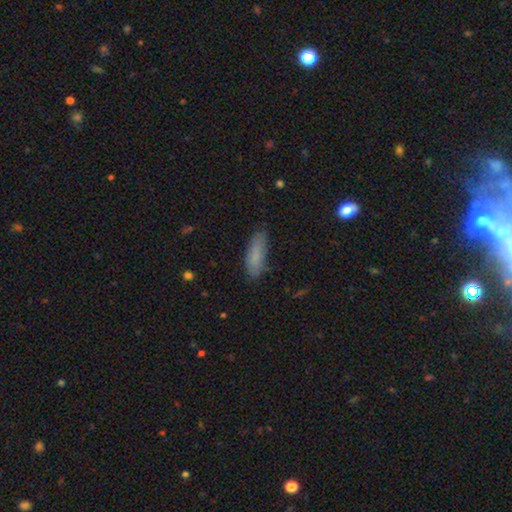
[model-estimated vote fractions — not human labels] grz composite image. It shows a smooth galaxy with no disk features (82%) that is in between round and cigar-shaped (54%). Merging: none (78%).